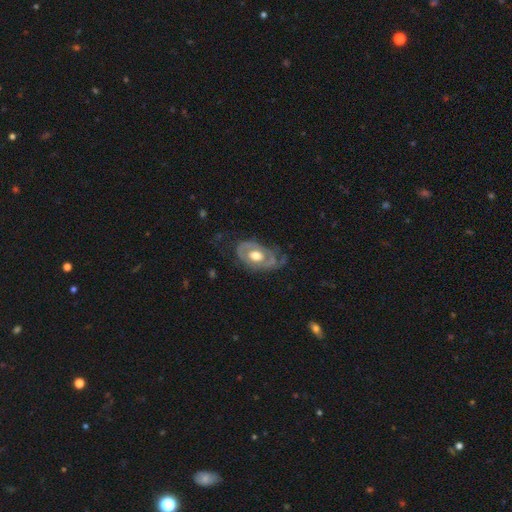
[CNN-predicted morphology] The model was most divided on "merging": none: 51%, minor disturbance: 28%, major disturbance: 19%, merger: 2%. More confident: edge-on disk — no (94%); bar — no (75%); smooth or featured — featured or disk (75%); spiral arms — yes (66%); bulge size — moderate (64%).